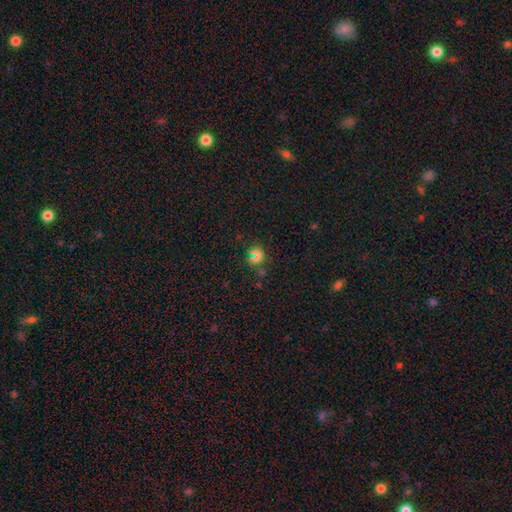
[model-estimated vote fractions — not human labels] Smooth or featured?
  - smooth: 48% *
  - star or artifact: 43%
  - featured or disk: 8%
Merging?
  - none: 72% *
  - minor disturbance: 13%
  - merger: 8%
  - major disturbance: 7%